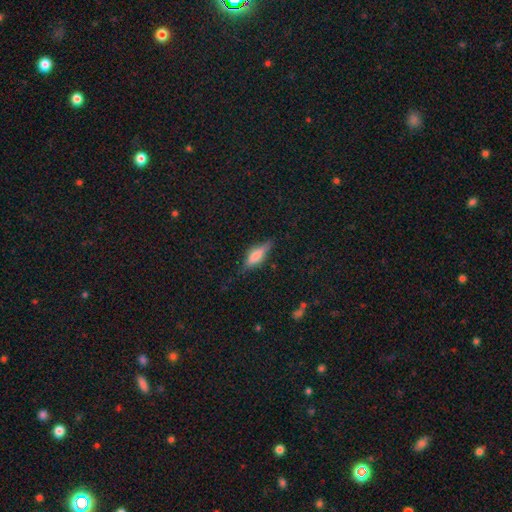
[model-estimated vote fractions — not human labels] Q: Smooth or featured?
A: smooth (54%); runner-up: featured or disk (37%)
Q: How rounded?
A: in between (49%); runner-up: cigar-shaped (47%)
Q: Merging?
A: none (74%); runner-up: minor disturbance (19%)